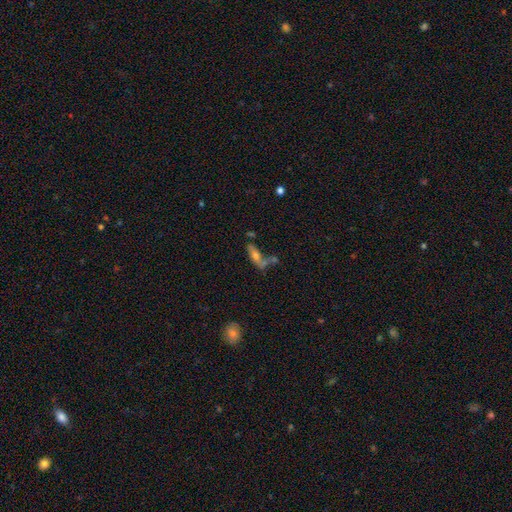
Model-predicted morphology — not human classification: A smooth galaxy with no disk features (46%).

Vote fractions:
- Smooth or featured? smooth: 46% / featured or disk: 40% / star or artifact: 13%
- Merging? none: 39% / merger: 32% / minor disturbance: 16% / major disturbance: 13%